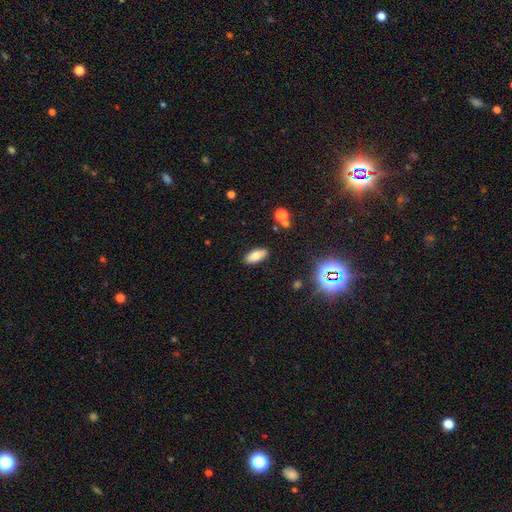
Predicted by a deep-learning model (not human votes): This appears to be a smooth galaxy with no disk features (76%) that is in between round and cigar-shaped (88%). Merging: none (86%).